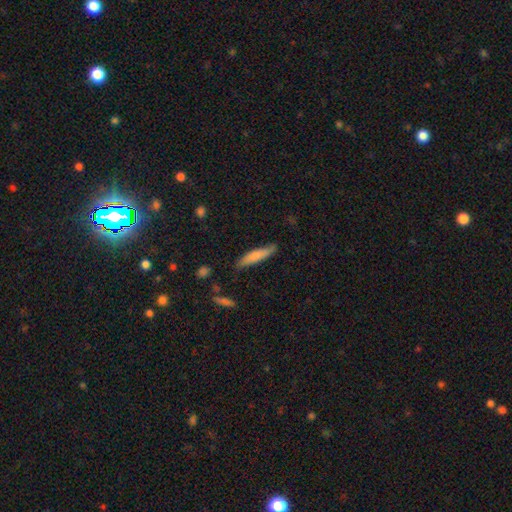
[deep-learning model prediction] smooth-or-featured: smooth: 74% | featured or disk: 20% | star or artifact: 6%
  how-rounded: cigar-shaped: 83% | in between: 16% | round: 1%
  merging: none: 75% | minor disturbance: 20% | major disturbance: 3% | merger: 2%